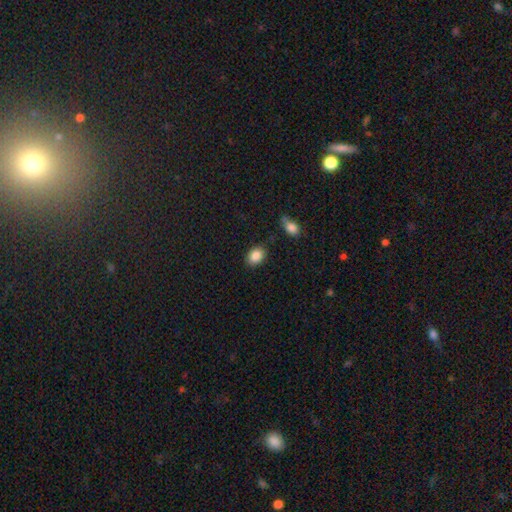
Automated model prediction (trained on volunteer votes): smooth-or-featured: smooth: 87% | star or artifact: 8% | featured or disk: 5%
  how-rounded: in between: 74% | round: 25% | cigar-shaped: 1%
  merging: none: 82% | minor disturbance: 12% | merger: 3% | major disturbance: 3%